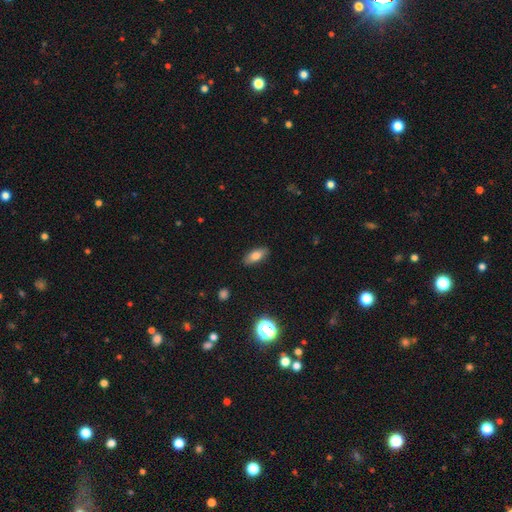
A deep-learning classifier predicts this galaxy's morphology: smooth_or_featured: smooth (p=0.78) [alt: featured or disk p=0.13]
how_rounded: in between (p=0.81) [alt: cigar-shaped p=0.15]
merging: none (p=0.87) [alt: minor disturbance p=0.09]